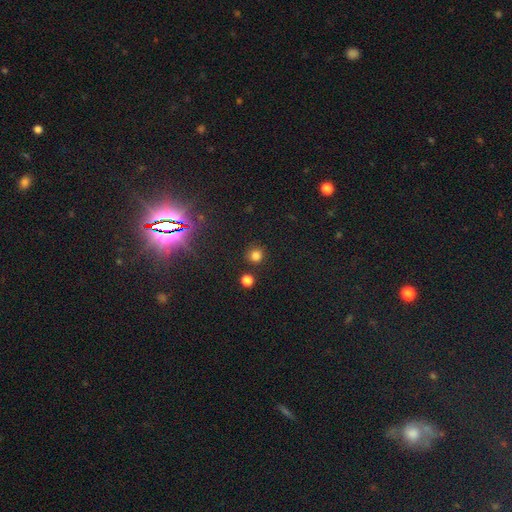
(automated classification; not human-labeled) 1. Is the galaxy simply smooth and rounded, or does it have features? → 78% smooth, 17% star or artifact, 4% featured or disk.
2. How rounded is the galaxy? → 90% round, 9% in between, 1% cigar-shaped.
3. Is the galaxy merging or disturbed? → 85% none, 7% minor disturbance, 6% merger, 3% major disturbance.